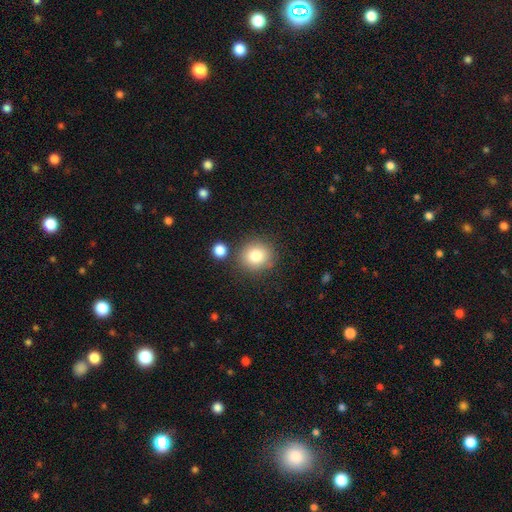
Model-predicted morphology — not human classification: Smooth or featured?
  - smooth: 81% *
  - star or artifact: 10%
  - featured or disk: 9%
How rounded?
  - round: 87% *
  - in between: 12%
  - cigar-shaped: 1%
Merging?
  - none: 78% *
  - minor disturbance: 10%
  - merger: 9%
  - major disturbance: 3%